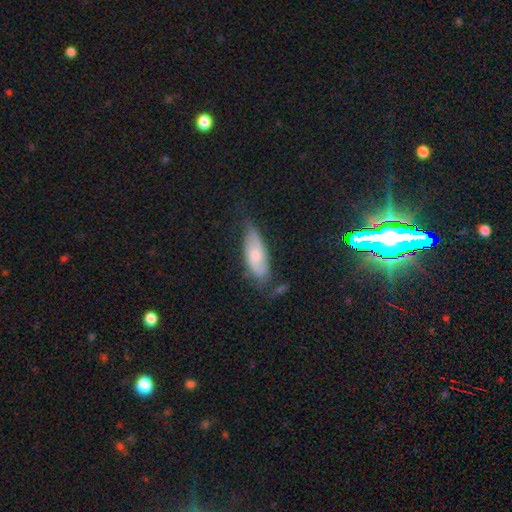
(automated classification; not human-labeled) Q: Smooth or featured?
A: smooth (59%); runner-up: featured or disk (33%)
Q: How rounded?
A: in between (76%); runner-up: cigar-shaped (22%)
Q: Merging?
A: none (51%); runner-up: minor disturbance (34%)